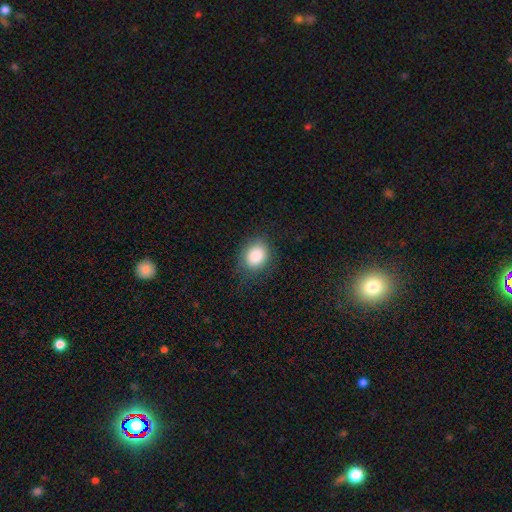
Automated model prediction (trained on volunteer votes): smooth_or_featured: smooth (p=0.86) [alt: star or artifact p=0.08]
how_rounded: in between (p=0.50) [alt: round p=0.49]
merging: none (p=0.80) [alt: minor disturbance p=0.14]